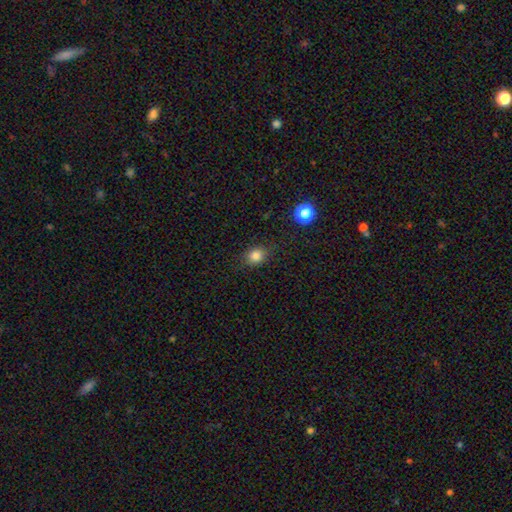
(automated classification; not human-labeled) Smooth or featured? Predicted: smooth (p=0.82). How rounded? Predicted: round (p=0.56). Merging? Predicted: none (p=0.83).